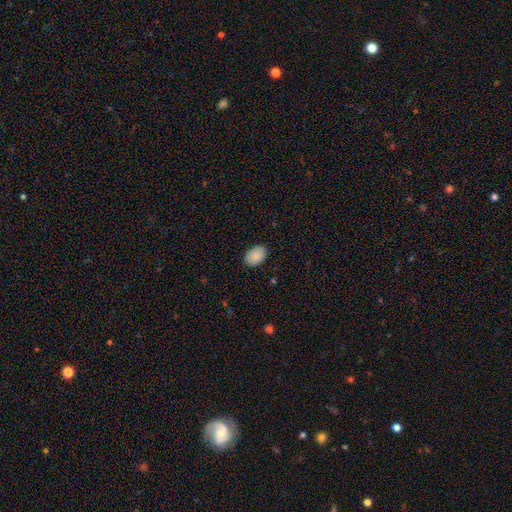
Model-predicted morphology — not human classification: This appears to be a smooth galaxy with no disk features (90%) that is in between round and cigar-shaped (85%). Merging: none (87%).